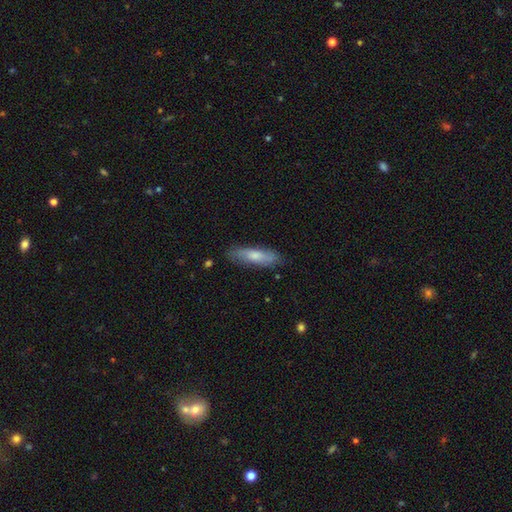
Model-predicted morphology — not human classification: This appears to be a smooth galaxy with no disk features (63%) that is cigar-shaped (59%). Merging: none (78%).